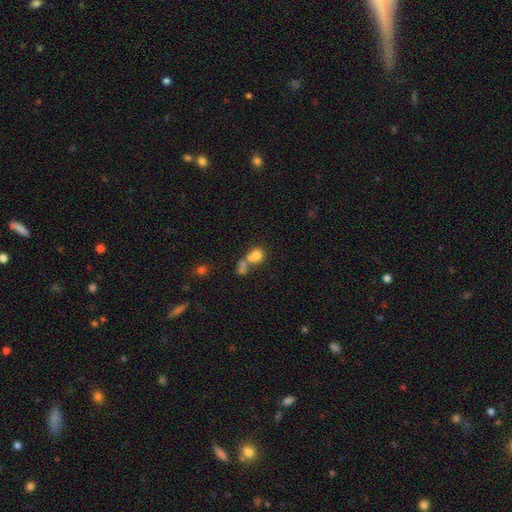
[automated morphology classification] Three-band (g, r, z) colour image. It shows a smooth galaxy with no disk features (69%) that is round (80%). Merging: merger (53%).